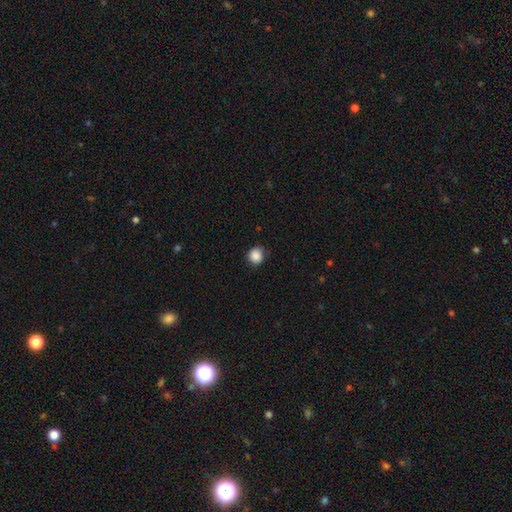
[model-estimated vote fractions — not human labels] Q: Smooth or featured?
A: smooth (87%); runner-up: star or artifact (10%)
Q: How rounded?
A: round (88%); runner-up: in between (11%)
Q: Merging?
A: none (82%); runner-up: minor disturbance (14%)